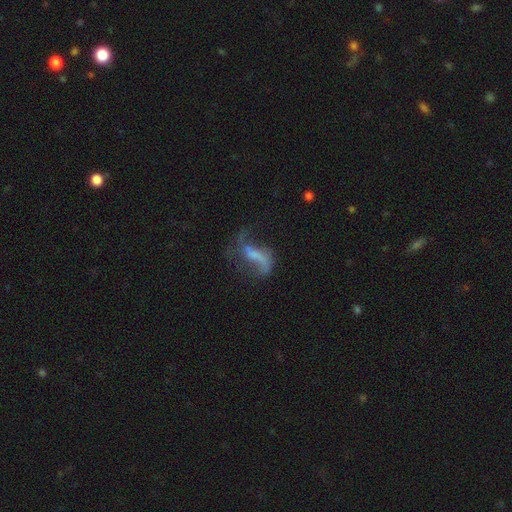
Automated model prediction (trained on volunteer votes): The model was most divided on "merging" (2-way tie): none: 38%, major disturbance: 38%, minor disturbance: 18%, merger: 6%. Remaining: edge-on disk — no (93%); spiral arms — yes (74%); smooth or featured — featured or disk (65%); bulge size — none (57%); bar — no (37%).